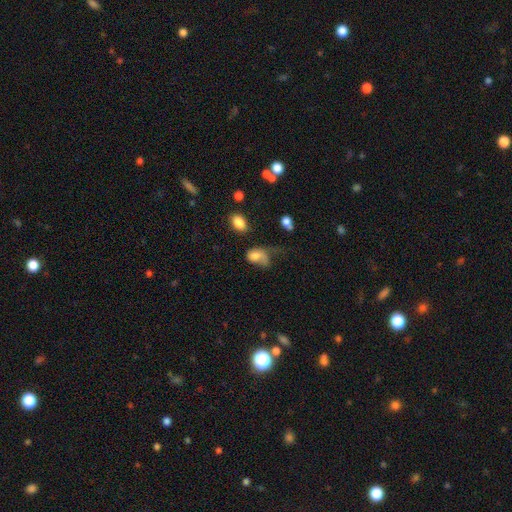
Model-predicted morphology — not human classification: type=smooth (68%); roundness=in between (76%); merging=major disturbance (48%).